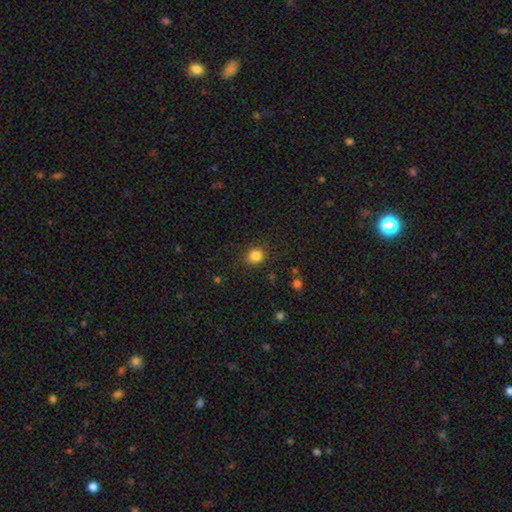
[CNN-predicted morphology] type=smooth (84%); roundness=round (72%); merging=none (85%).